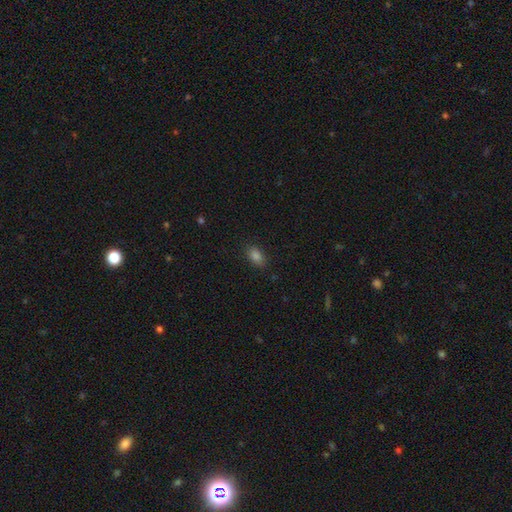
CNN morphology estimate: This appears to be a smooth galaxy with no disk features (82%) that is in between round and cigar-shaped (87%). Merging: none (86%).